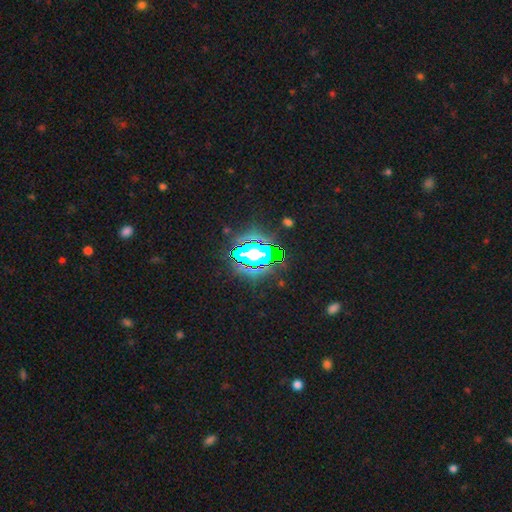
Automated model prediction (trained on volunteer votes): Morphology: type=star or artifact (64%).